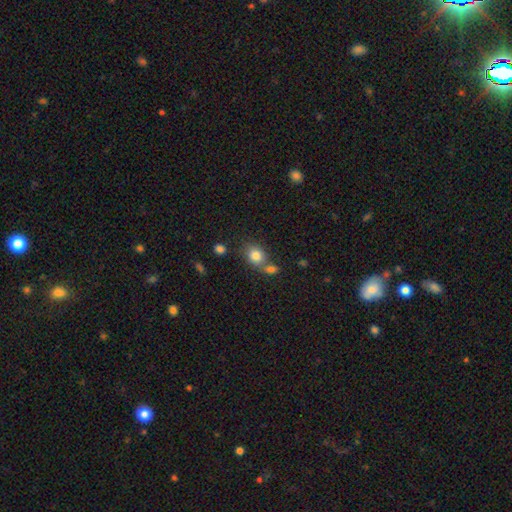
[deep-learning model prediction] This is clearly a smooth galaxy (82%). How rounded: possibly round (50%). Merging: possibly none (50%).